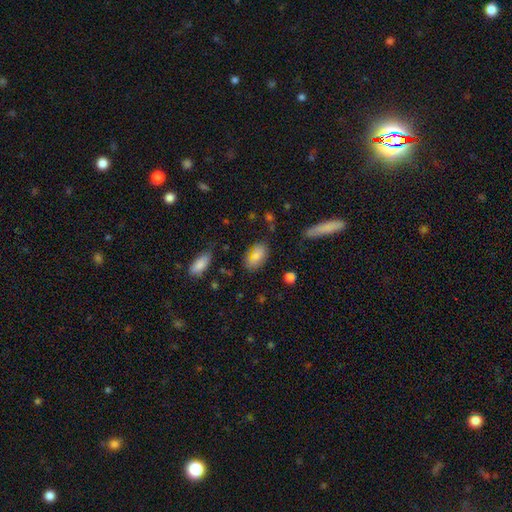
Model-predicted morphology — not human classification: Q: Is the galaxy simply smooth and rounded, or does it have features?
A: smooth — 78%.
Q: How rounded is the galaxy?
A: in between — 91%.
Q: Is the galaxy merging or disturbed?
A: none — 70%.